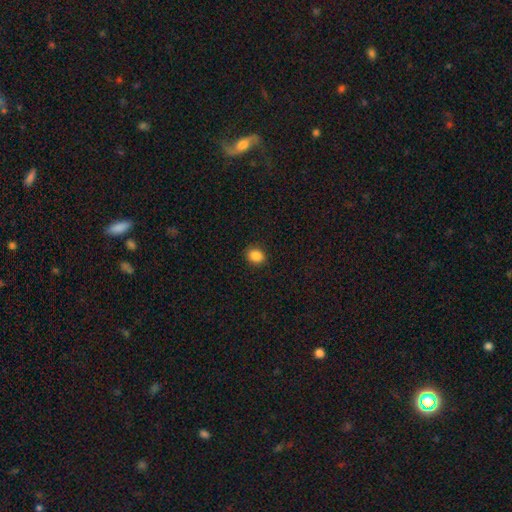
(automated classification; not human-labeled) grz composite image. It shows a smooth galaxy with no disk features (88%) that is in between round and cigar-shaped (51%). Merging: none (87%).